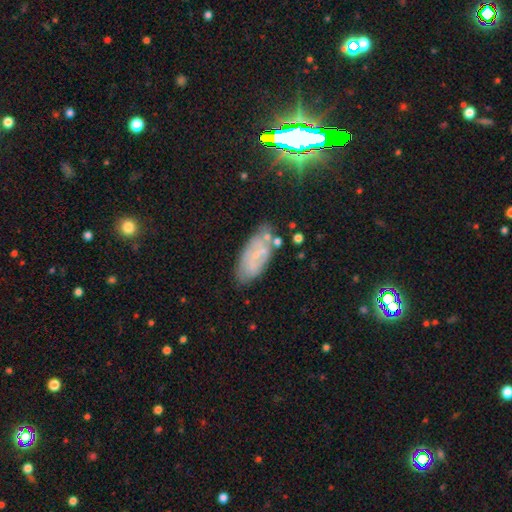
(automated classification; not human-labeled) The model was most divided on "smooth or featured": featured or disk: 49%, smooth: 39%, star or artifact: 12%. More confident: merging — none (63%).